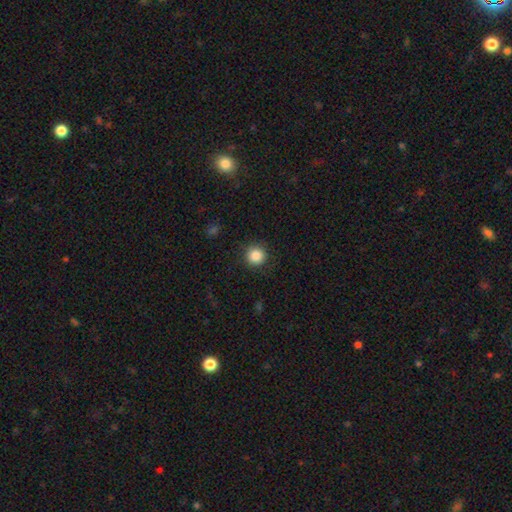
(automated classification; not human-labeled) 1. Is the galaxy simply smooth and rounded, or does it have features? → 86% smooth, 10% star or artifact, 4% featured or disk.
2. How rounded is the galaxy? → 95% round, 4% in between, 1% cigar-shaped.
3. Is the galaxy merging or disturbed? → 89% none, 7% minor disturbance, 3% major disturbance, 1% merger.